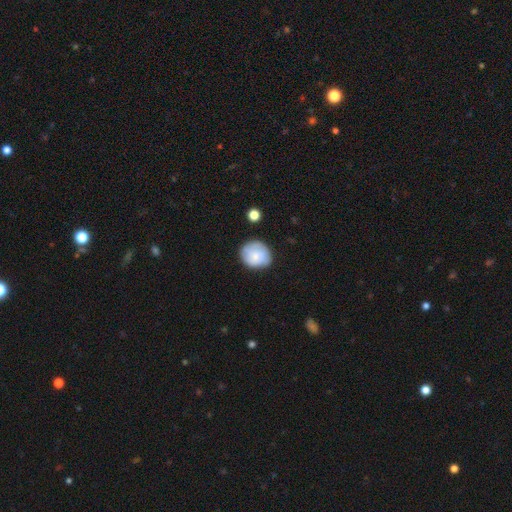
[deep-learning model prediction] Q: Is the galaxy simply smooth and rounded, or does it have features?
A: smooth — 71%.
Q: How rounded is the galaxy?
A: round — 75%.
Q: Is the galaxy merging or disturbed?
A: none — 75%.